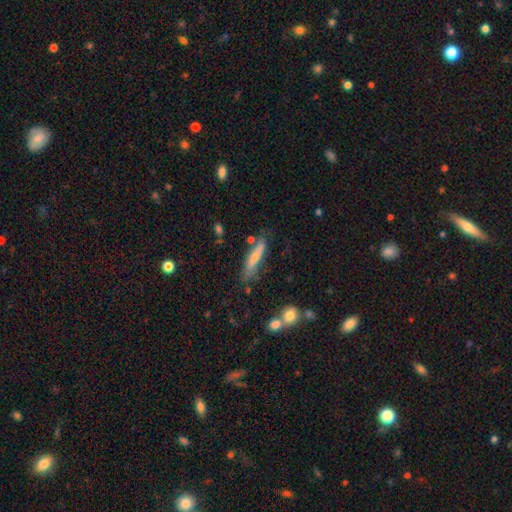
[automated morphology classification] A smooth galaxy with no disk features (56%) that is cigar-shaped (86%). Merging: none (71%).